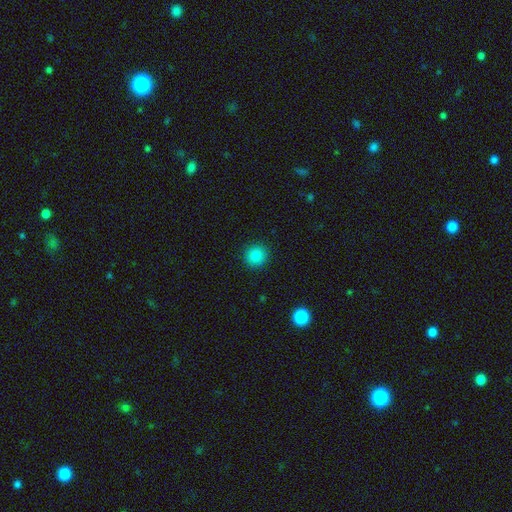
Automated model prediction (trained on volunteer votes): Q: Smooth or featured?
A: smooth (86%); runner-up: star or artifact (11%)
Q: How rounded?
A: round (93%); runner-up: in between (6%)
Q: Merging?
A: none (92%); runner-up: minor disturbance (5%)